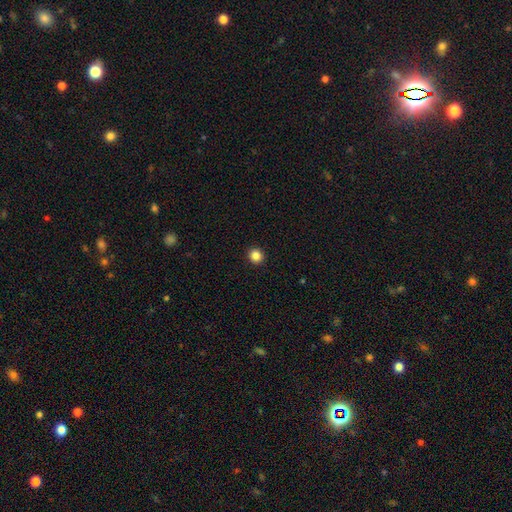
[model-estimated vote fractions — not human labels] This is clearly a smooth galaxy (85%). How rounded: clearly round (92%). Merging: clearly none (93%).